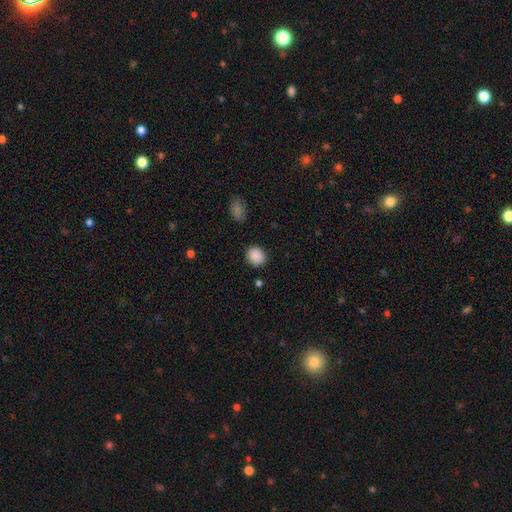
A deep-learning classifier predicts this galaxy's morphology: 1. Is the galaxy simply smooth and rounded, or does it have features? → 89% smooth, 8% star or artifact, 3% featured or disk.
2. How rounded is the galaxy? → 76% round, 23% in between, 1% cigar-shaped.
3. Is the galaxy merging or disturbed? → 87% none, 9% minor disturbance, 3% major disturbance, 2% merger.